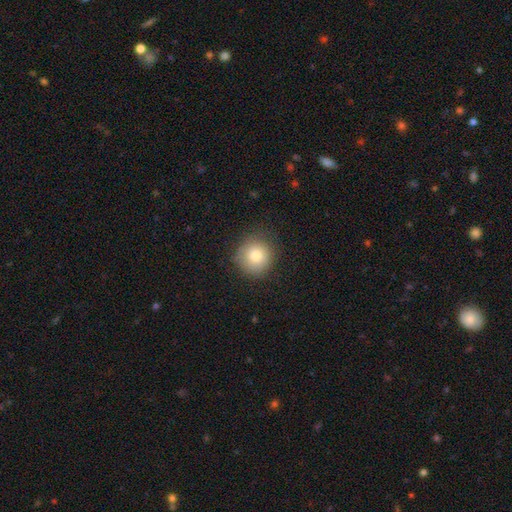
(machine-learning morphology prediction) Smooth or featured: smooth — 79% (featured or disk — 11%)
How rounded: round — 92% (in between — 7%)
Merging: none — 82% (minor disturbance — 13%)